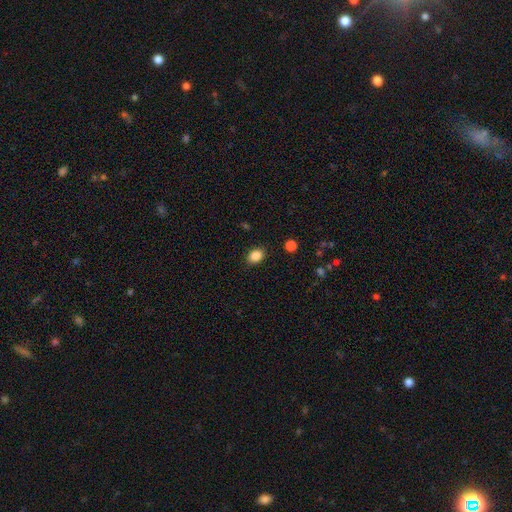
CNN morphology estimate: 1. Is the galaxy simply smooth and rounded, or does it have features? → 86% smooth, 10% star or artifact, 4% featured or disk.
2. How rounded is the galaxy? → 69% in between, 29% round, 1% cigar-shaped.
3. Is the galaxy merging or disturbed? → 88% none, 9% minor disturbance, 2% major disturbance, 1% merger.